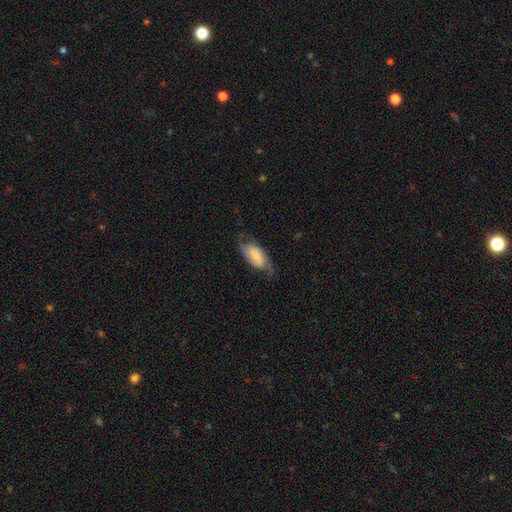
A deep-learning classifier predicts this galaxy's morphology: type=featured or disk (49%); merging=none (59%).